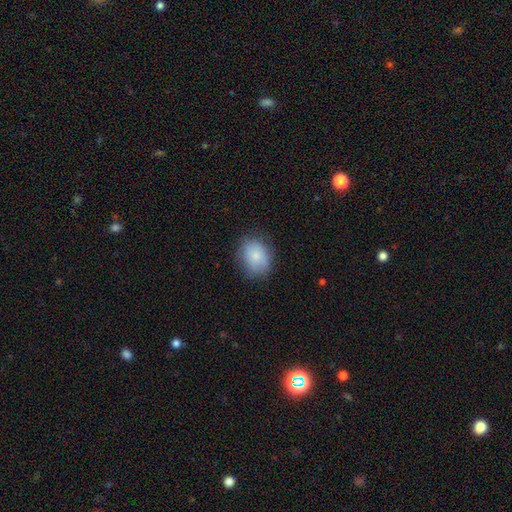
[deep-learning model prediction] smooth_or_featured: smooth (p=0.82) [alt: featured or disk p=0.10]
how_rounded: in between (p=0.50) [alt: round p=0.49]
merging: none (p=0.79) [alt: minor disturbance p=0.16]